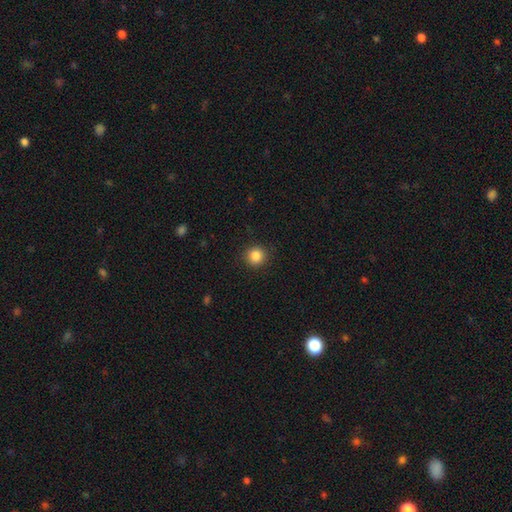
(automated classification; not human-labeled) smooth 86%, star or artifact 10%, featured or disk 4%. Down the decision tree: how rounded — round (92%); merging — none (90%).